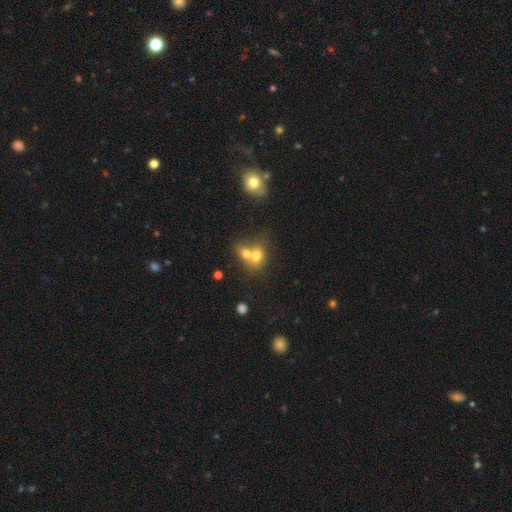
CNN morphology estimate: Overall: smooth (70%). How rounded: in between (54%; round 44%). Merging: merger (71%).